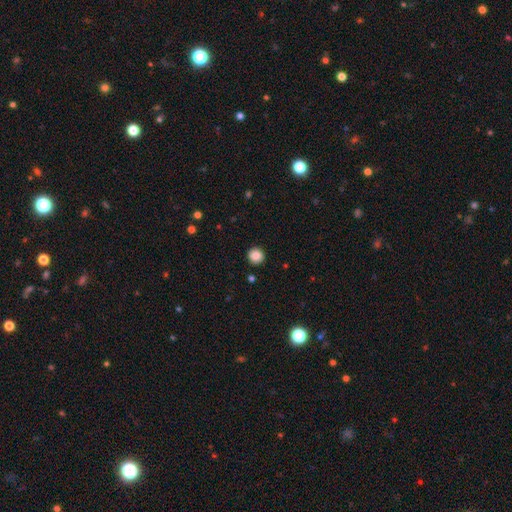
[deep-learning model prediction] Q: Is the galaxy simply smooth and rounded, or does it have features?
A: smooth — 87%.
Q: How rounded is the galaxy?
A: round — 94%.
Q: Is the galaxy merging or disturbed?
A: none — 92%.